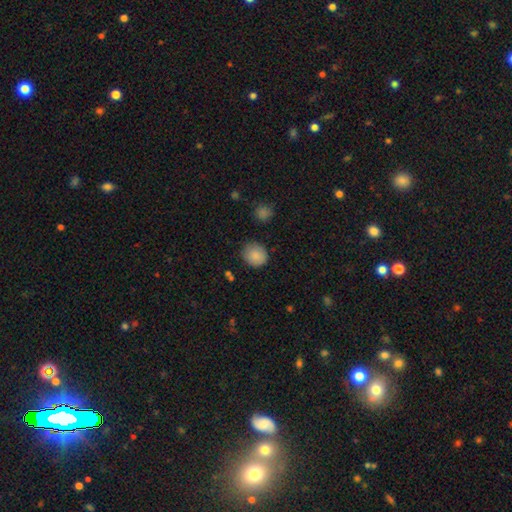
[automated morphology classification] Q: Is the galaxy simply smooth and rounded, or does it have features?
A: smooth — 87%.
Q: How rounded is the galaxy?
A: round — 83%.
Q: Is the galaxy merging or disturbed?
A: none — 82%.